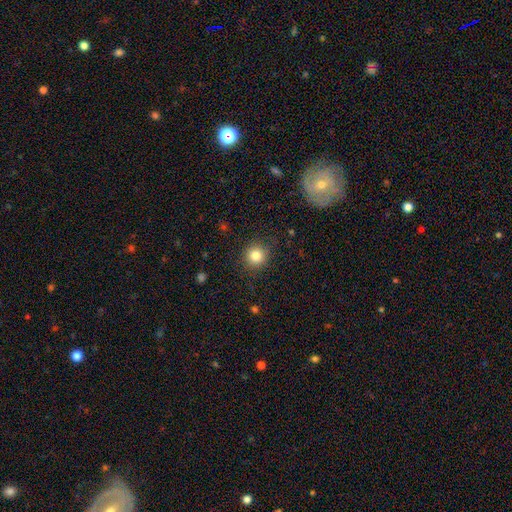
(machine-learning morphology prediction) This appears to be a smooth galaxy with no disk features (82%) that is round (91%). Merging: none (88%).